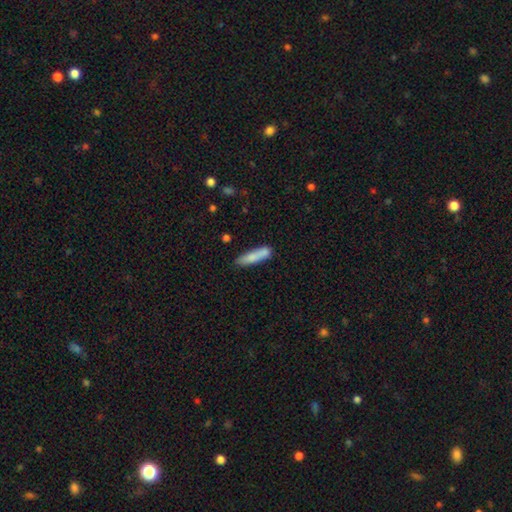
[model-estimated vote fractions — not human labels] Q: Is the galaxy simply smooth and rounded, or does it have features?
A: smooth — 80%.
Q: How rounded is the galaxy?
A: cigar-shaped — 79%.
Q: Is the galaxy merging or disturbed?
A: none — 73%.